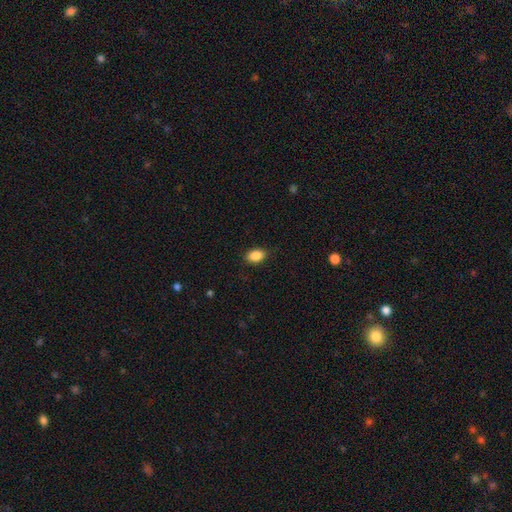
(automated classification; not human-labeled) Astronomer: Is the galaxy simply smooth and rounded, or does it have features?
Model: smooth — 89%.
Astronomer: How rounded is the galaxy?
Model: in between — 88%.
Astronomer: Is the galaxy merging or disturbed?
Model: none — 87%.